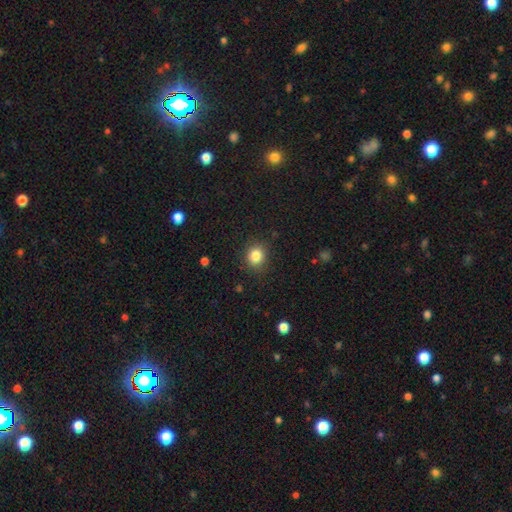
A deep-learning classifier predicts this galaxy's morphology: smooth_or_featured: smooth (p=0.84) [alt: star or artifact p=0.11]
how_rounded: round (p=0.76) [alt: in between p=0.24]
merging: none (p=0.86) [alt: minor disturbance p=0.10]